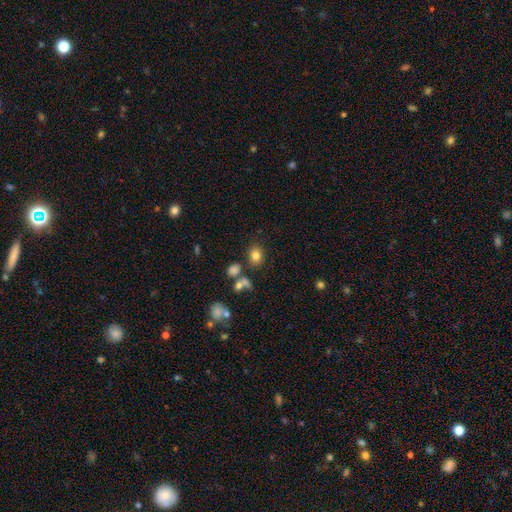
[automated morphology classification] smooth-or-featured: smooth: 79% | star or artifact: 12% | featured or disk: 9%
  how-rounded: in between: 50% | round: 48% | cigar-shaped: 1%
  merging: none: 72% | minor disturbance: 13% | merger: 10% | major disturbance: 5%